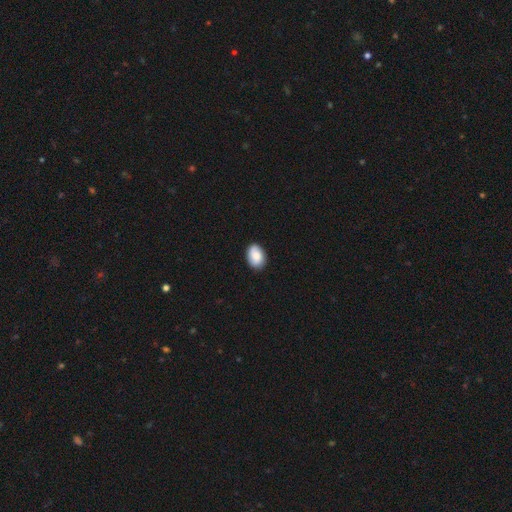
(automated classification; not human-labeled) Smooth or featured?
  - smooth: 82% *
  - featured or disk: 11%
  - star or artifact: 7%
How rounded?
  - in between: 83% *
  - round: 16%
  - cigar-shaped: 1%
Merging?
  - none: 84% *
  - minor disturbance: 13%
  - major disturbance: 2%
  - merger: 1%